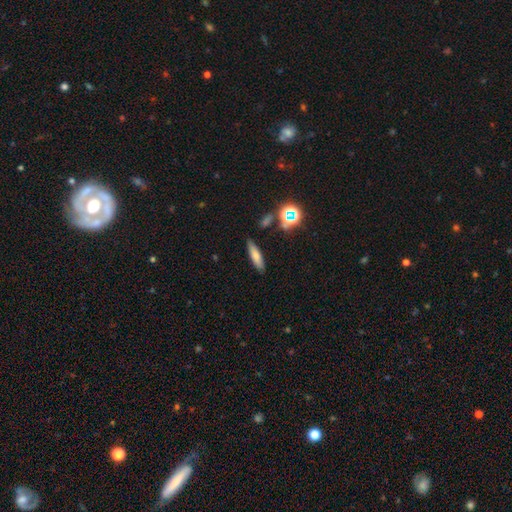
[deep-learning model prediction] The model was most divided on "how rounded": cigar-shaped: 67%, in between: 29%, round: 4%. More confident: merging — none (84%); smooth or featured — smooth (70%).